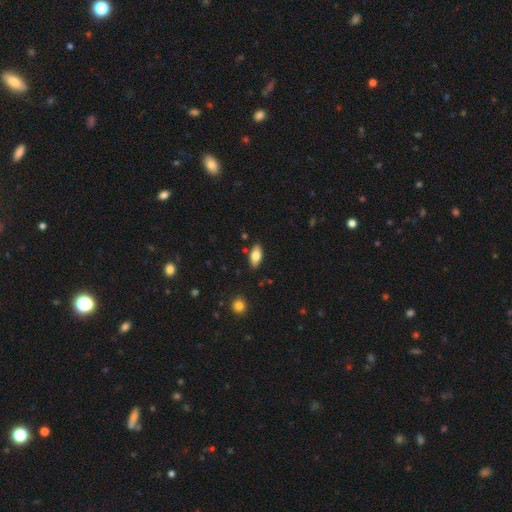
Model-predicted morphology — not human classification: This is likely a smooth galaxy (78%). How rounded: clearly in between (89%). Merging: clearly none (85%).